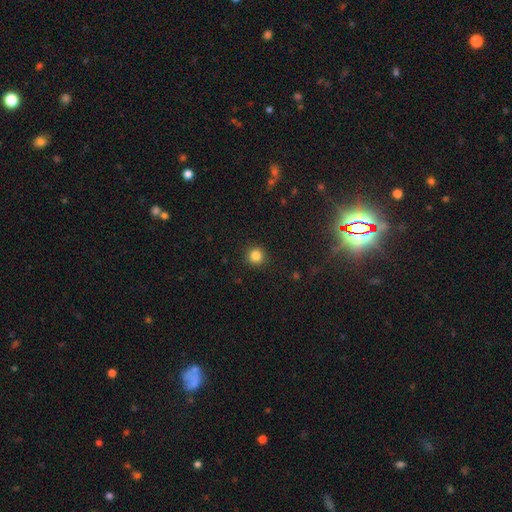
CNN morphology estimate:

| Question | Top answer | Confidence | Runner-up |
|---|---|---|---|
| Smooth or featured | smooth | 84% | star or artifact (12%) |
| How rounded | round | 94% | in between (5%) |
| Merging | none | 92% | minor disturbance (5%) |